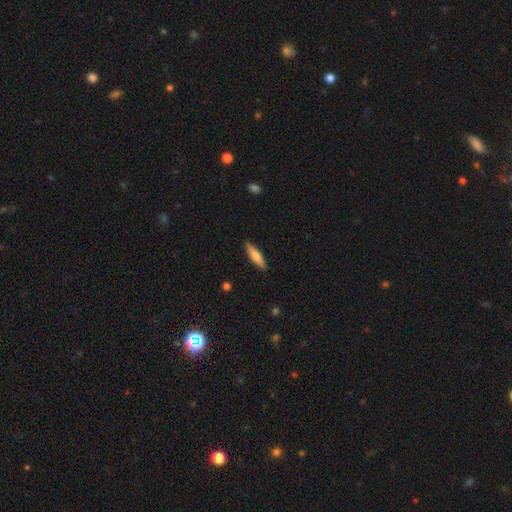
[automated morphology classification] The model was most divided on "smooth or featured": smooth: 64%, featured or disk: 30%, star or artifact: 6%. More confident: merging — none (89%); how rounded — cigar-shaped (79%).